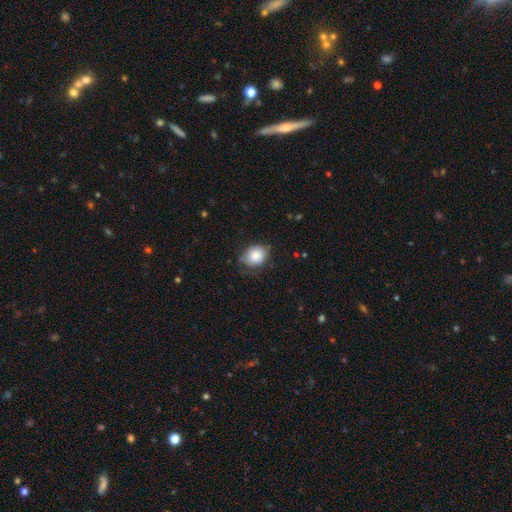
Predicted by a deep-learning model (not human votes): This is clearly a smooth galaxy (84%). How rounded: possibly in between (50%). Merging: likely none (65%).